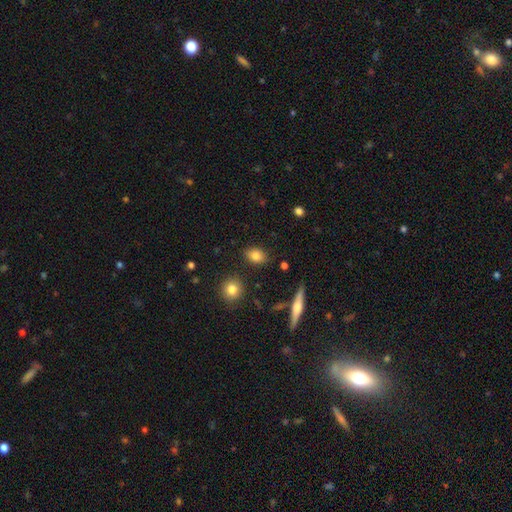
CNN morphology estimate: This appears to be a smooth galaxy with no disk features (81%) that is in between round and cigar-shaped (75%). Merging: none (85%).